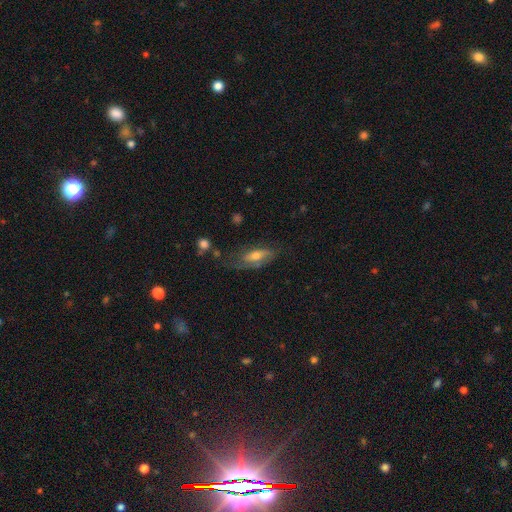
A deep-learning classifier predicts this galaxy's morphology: Smooth or featured? Predicted: smooth (p=0.46, tied with featured or disk). Merging? Predicted: none (p=0.50).